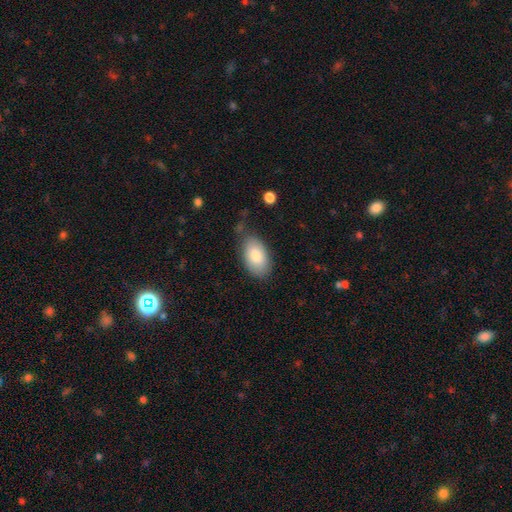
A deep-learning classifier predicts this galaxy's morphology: Smooth or featured?
  - smooth: 82% *
  - featured or disk: 12%
  - star or artifact: 6%
How rounded?
  - in between: 93% *
  - round: 5%
  - cigar-shaped: 1%
Merging?
  - none: 71% *
  - minor disturbance: 20%
  - major disturbance: 5%
  - merger: 3%